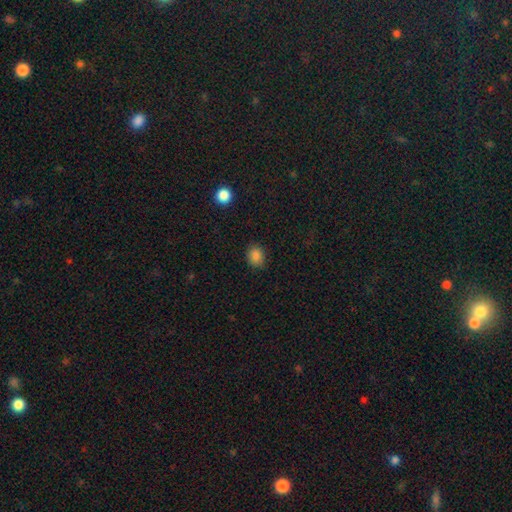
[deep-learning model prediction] Smooth or featured?
  - smooth: 85% *
  - star or artifact: 11%
  - featured or disk: 4%
How rounded?
  - round: 56% *
  - in between: 43%
  - cigar-shaped: 1%
Merging?
  - none: 86% *
  - minor disturbance: 10%
  - major disturbance: 3%
  - merger: 1%